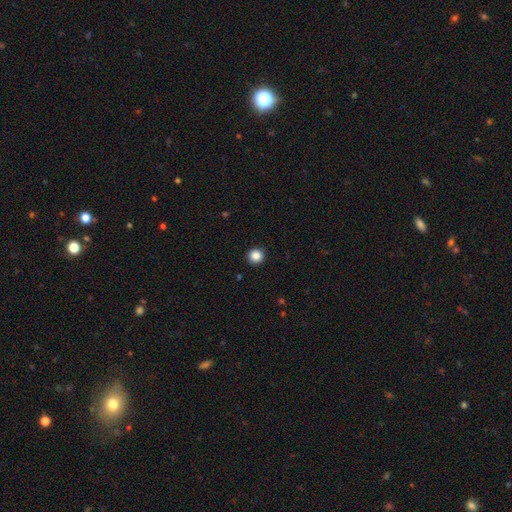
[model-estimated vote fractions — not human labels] The model was most divided on "smooth or featured": smooth: 87%, star or artifact: 10%, featured or disk: 3%. More confident: how rounded — round (94%); merging — none (93%).